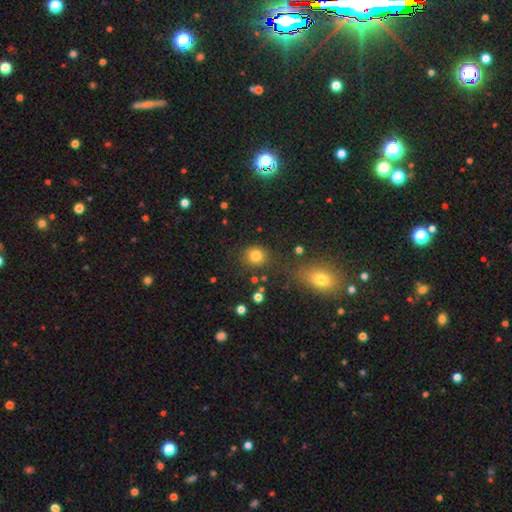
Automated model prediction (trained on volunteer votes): This is clearly a smooth galaxy (81%). How rounded: clearly round (84%). Merging: clearly none (80%).